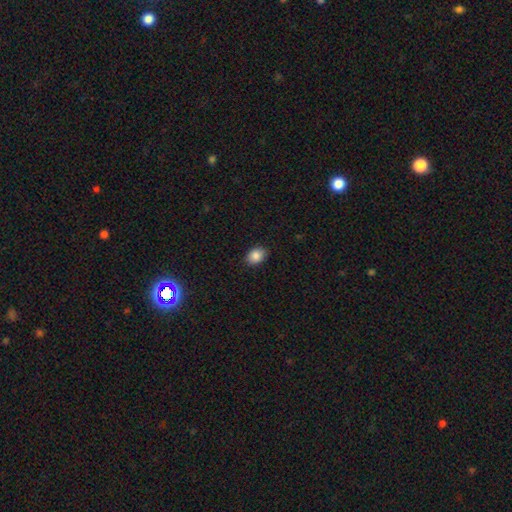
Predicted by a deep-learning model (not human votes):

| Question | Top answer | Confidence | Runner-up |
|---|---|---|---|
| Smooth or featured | smooth | 87% | star or artifact (8%) |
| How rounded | in between | 70% | round (29%) |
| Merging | none | 87% | minor disturbance (10%) |